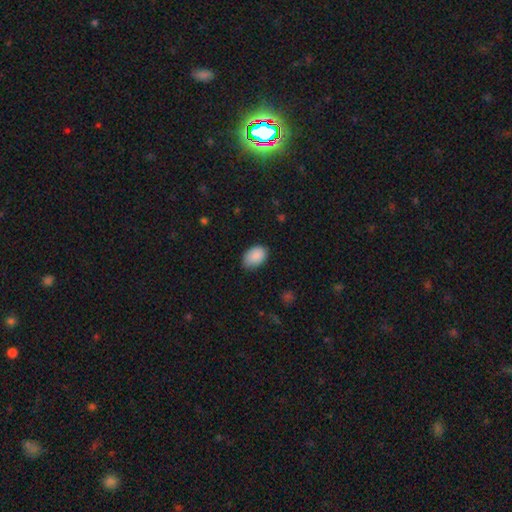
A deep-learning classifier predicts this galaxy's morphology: A smooth galaxy with no disk features (89%) that is in between round and cigar-shaped (87%). Merging: none (72%).